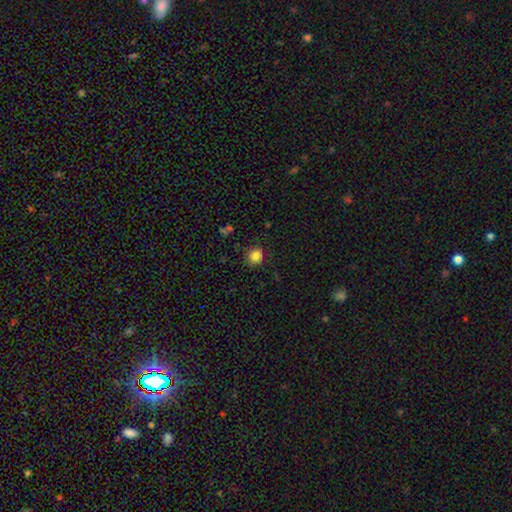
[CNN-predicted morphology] smooth 84%, star or artifact 11%, featured or disk 5%. Down the decision tree: how rounded — round (81%); merging — none (83%).